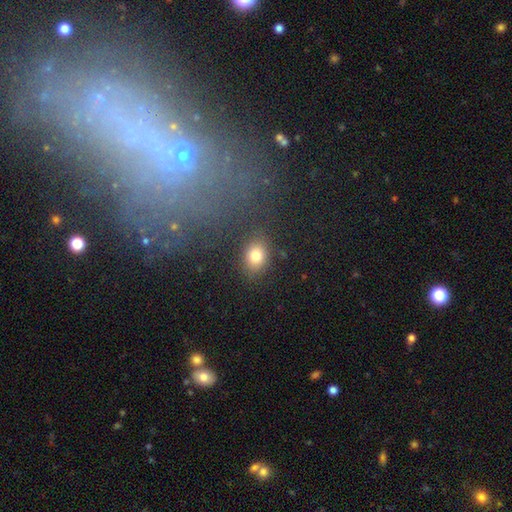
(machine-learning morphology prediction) Smooth or featured?
  - smooth: 80% *
  - star or artifact: 12%
  - featured or disk: 8%
How rounded?
  - in between: 61% *
  - round: 38%
  - cigar-shaped: 1%
Merging?
  - none: 82% *
  - minor disturbance: 11%
  - major disturbance: 4%
  - merger: 3%